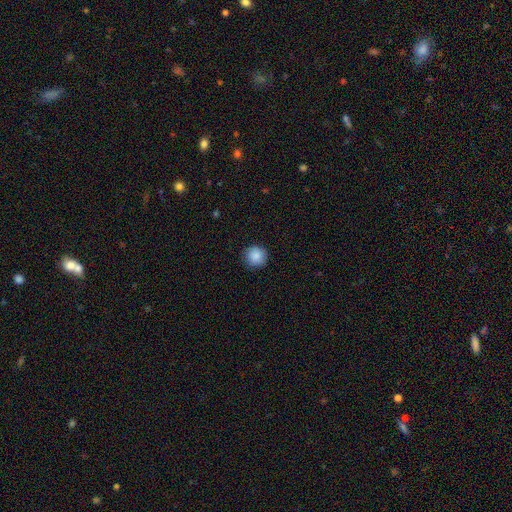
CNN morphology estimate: A smooth galaxy with no disk features (88%) that is round (94%). Merging: none (89%).